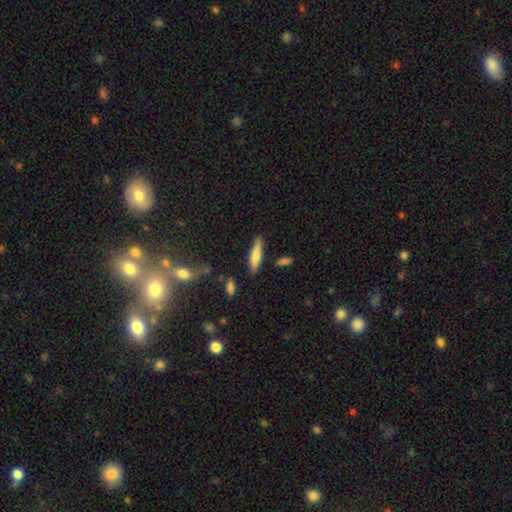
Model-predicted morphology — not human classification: smooth_or_featured: smooth (p=0.71) [alt: featured or disk p=0.23]
how_rounded: cigar-shaped (p=0.73) [alt: in between p=0.25]
merging: none (p=0.81) [alt: minor disturbance p=0.13]